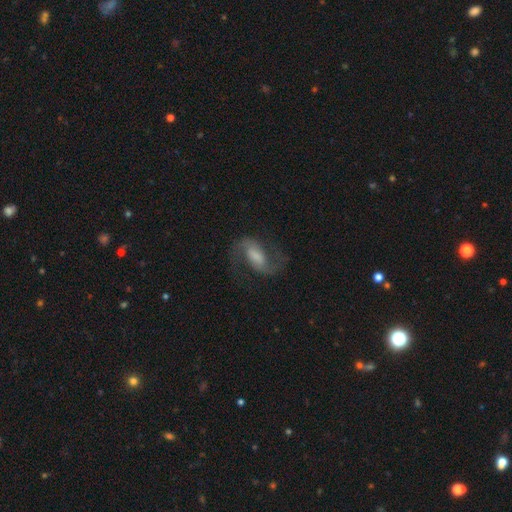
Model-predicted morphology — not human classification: smooth-or-featured: featured or disk: 84% | smooth: 9% | star or artifact: 7%
  disk-edge-on: no: 96% | yes: 4%
    bar: weak: 47% | strong: 31% | no: 22%
    has-spiral-arms: yes: 96% | no: 4%
      spiral-winding: medium: 51% | loose: 39% | tight: 10%
      spiral-arm-count: 2: 93% | can't tell: 2% | 1: 2% | 3: 1% | 4: 1% | more than 4: 1%
    bulge-size: moderate: 31% | small: 27% | none: 20% | large: 19% | dominant: 3%
  merging: none: 76% | minor disturbance: 13% | major disturbance: 9% | merger: 1%